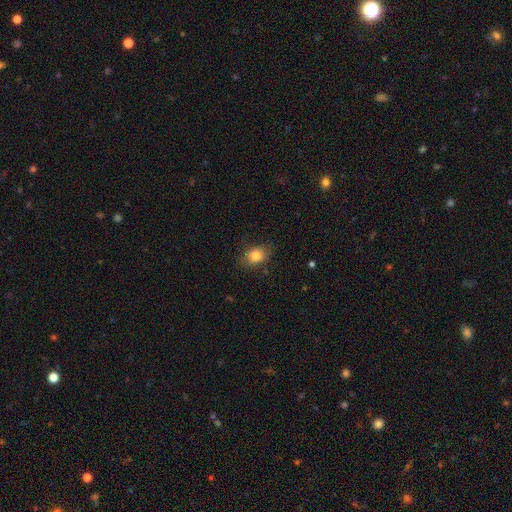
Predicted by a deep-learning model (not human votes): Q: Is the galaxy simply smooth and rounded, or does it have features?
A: smooth — 82%.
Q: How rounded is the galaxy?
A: in between — 63%.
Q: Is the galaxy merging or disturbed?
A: none — 79%.